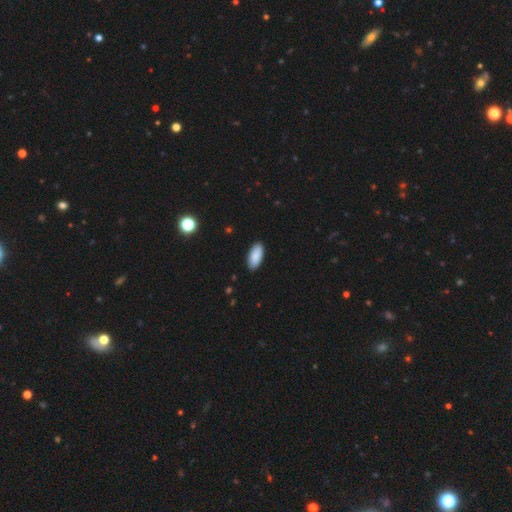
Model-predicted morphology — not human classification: smooth 89%, star or artifact 6%, featured or disk 5%. Down the decision tree: how rounded — in between (91%); merging — none (90%).